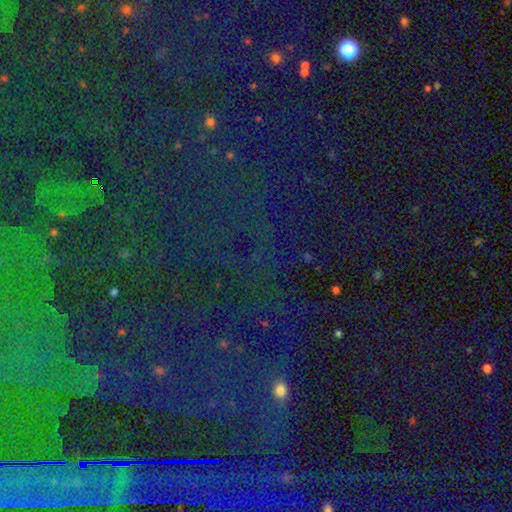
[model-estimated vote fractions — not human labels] Smooth or featured? Predicted: star or artifact (p=0.83).